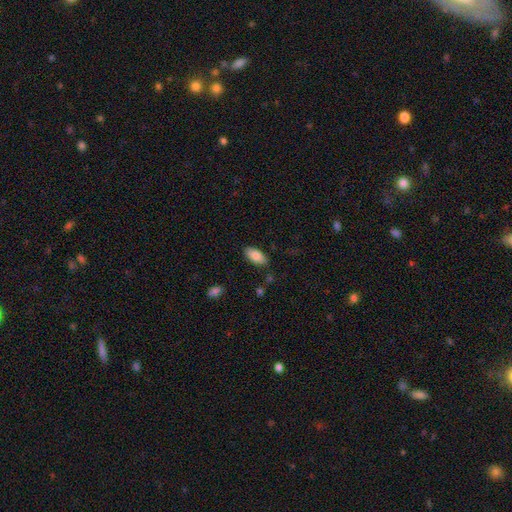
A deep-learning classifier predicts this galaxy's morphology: smooth-or-featured: smooth: 84% | featured or disk: 9% | star or artifact: 7%
  how-rounded: in between: 91% | cigar-shaped: 7% | round: 2%
  merging: none: 85% | minor disturbance: 11% | major disturbance: 2% | merger: 2%